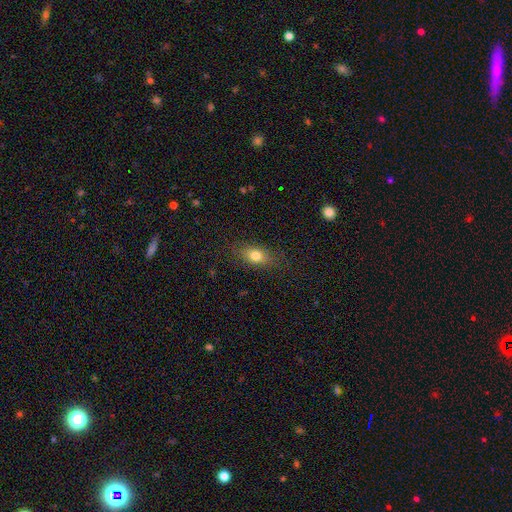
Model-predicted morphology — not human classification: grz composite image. It shows a smooth galaxy with no disk features (78%) that is in between round and cigar-shaped (78%). Merging: none (81%).